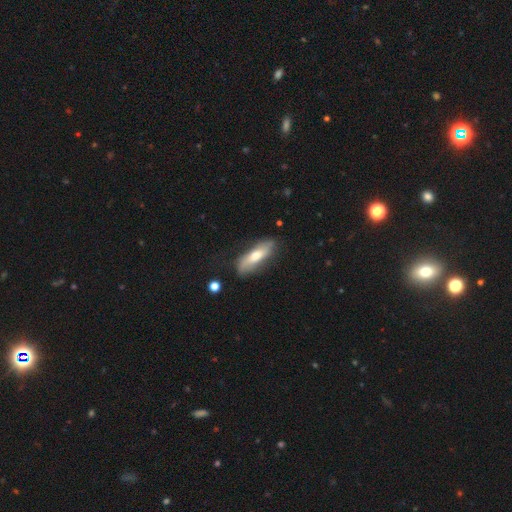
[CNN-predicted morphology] type=smooth (57%); roundness=in between (49%); merging=none (74%).